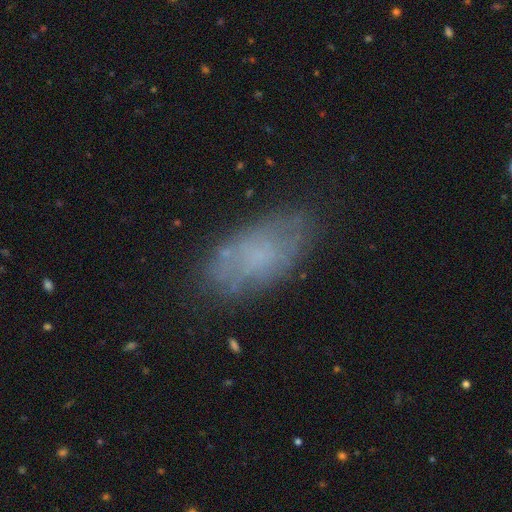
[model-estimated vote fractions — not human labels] smooth_or_featured: smooth (p=0.56) [alt: featured or disk p=0.33]
how_rounded: in between (p=0.92) [alt: cigar-shaped p=0.05]
merging: none (p=0.71) [alt: minor disturbance p=0.19]